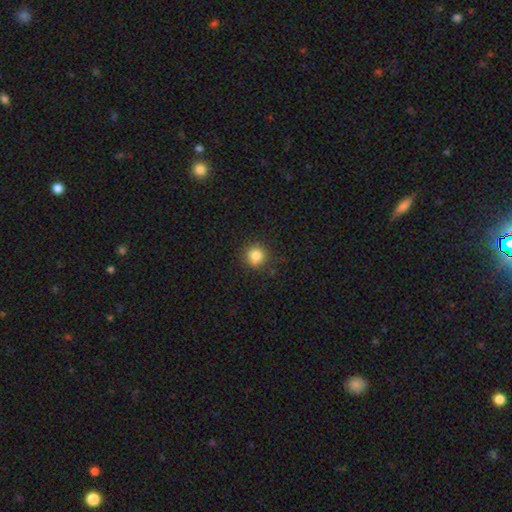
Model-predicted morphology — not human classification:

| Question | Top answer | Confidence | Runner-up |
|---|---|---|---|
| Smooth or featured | smooth | 82% | star or artifact (12%) |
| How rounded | round | 92% | in between (7%) |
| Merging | none | 80% | minor disturbance (12%) |